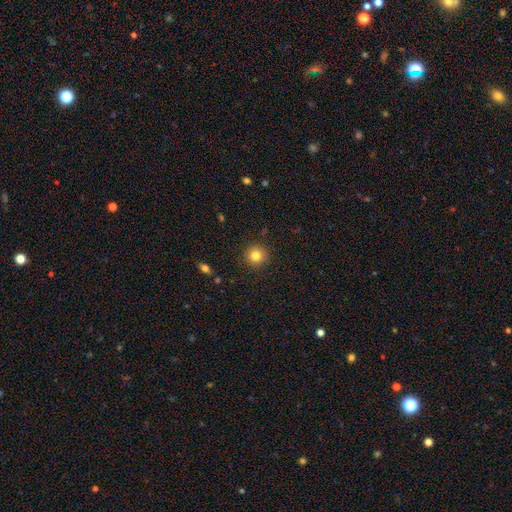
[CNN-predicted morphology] This is clearly a smooth galaxy (82%). How rounded: clearly round (94%). Merging: clearly none (91%).